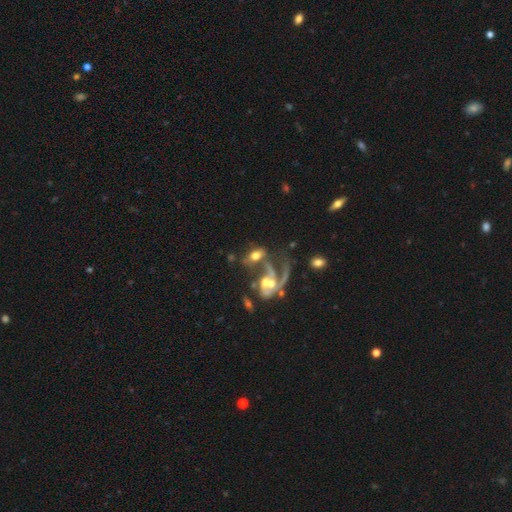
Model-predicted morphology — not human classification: Q: Smooth or featured?
A: featured or disk (47%); runner-up: smooth (41%)
Q: Merging?
A: merger (55%); runner-up: major disturbance (20%)